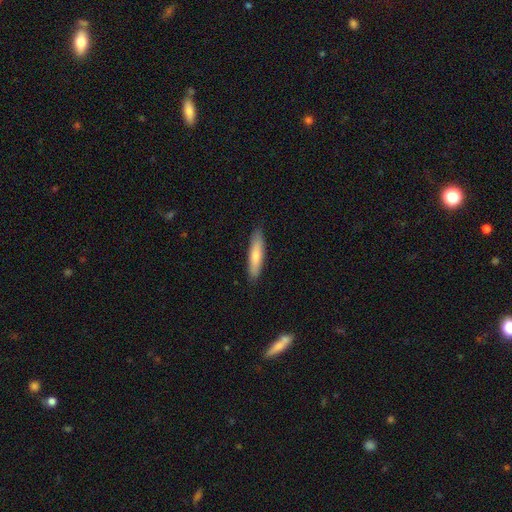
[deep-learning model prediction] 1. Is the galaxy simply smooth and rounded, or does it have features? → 76% smooth, 18% featured or disk, 5% star or artifact.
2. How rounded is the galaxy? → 79% cigar-shaped, 19% in between, 1% round.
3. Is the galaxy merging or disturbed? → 87% none, 11% minor disturbance, 2% major disturbance, 1% merger.